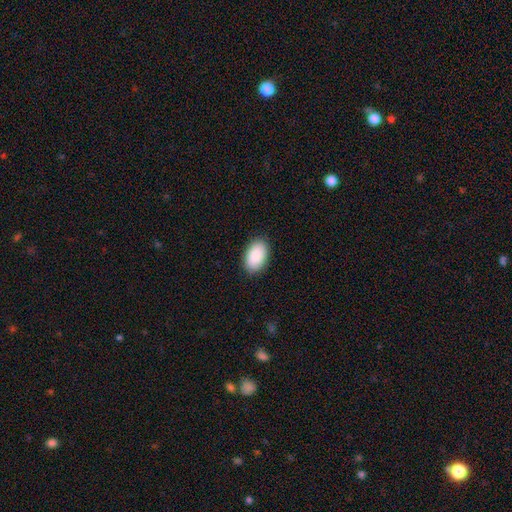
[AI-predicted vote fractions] Q: Smooth or featured?
A: smooth (90%); runner-up: star or artifact (6%)
Q: How rounded?
A: in between (93%); runner-up: round (6%)
Q: Merging?
A: none (88%); runner-up: minor disturbance (9%)